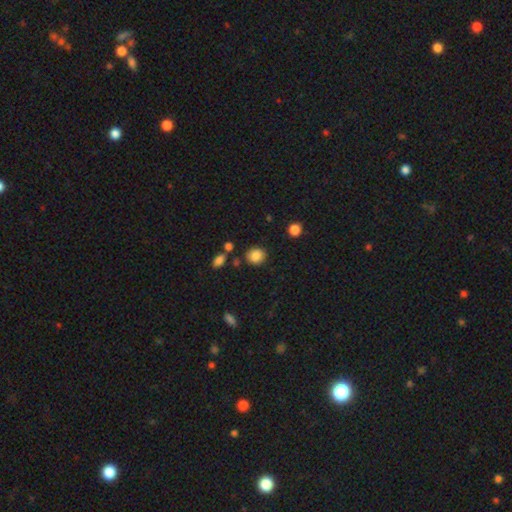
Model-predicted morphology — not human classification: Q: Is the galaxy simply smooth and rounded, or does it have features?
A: smooth — 85%.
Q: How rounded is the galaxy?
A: round — 79%.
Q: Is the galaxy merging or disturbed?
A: none — 84%.